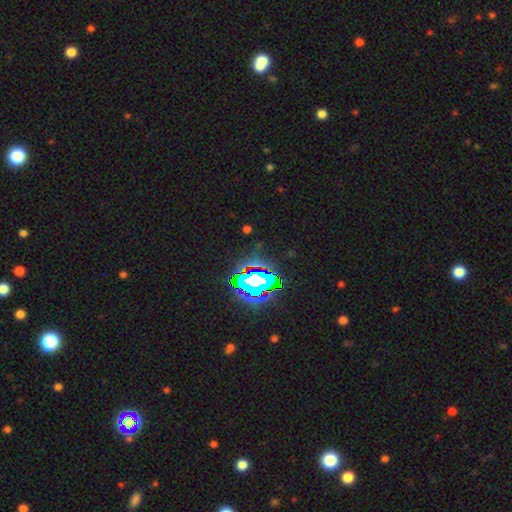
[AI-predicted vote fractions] Q: Smooth or featured?
A: star or artifact (79%); runner-up: smooth (12%)